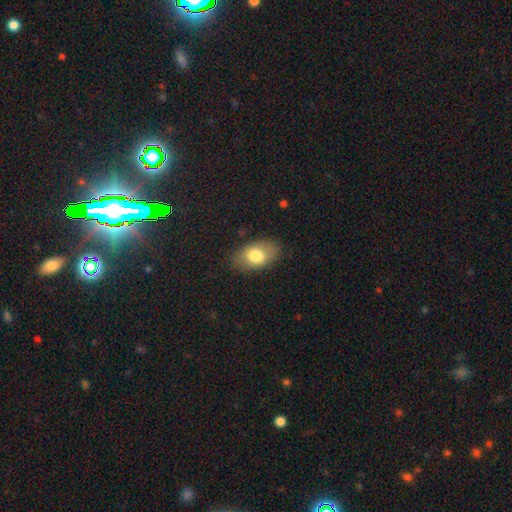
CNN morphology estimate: smooth 76%, featured or disk 16%, star or artifact 7%. Down the decision tree: how rounded — in between (89%); merging — none (82%).